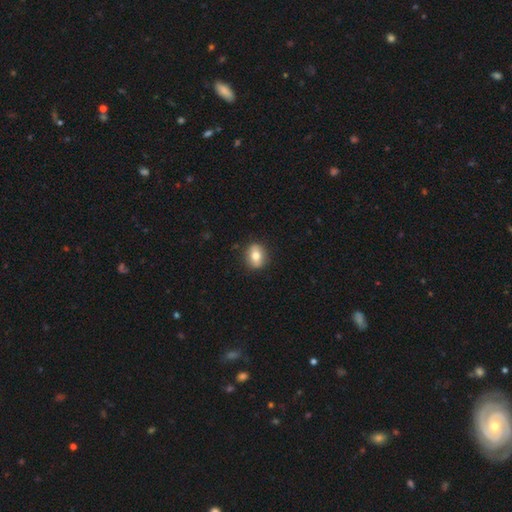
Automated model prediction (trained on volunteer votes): A smooth galaxy with no disk features (68%) that is in between round and cigar-shaped (50%).

Vote fractions:
- Smooth or featured? smooth: 68% / featured or disk: 24% / star or artifact: 8%
- How rounded? in between: 50% / round: 48% / cigar-shaped: 2%
- Merging? none: 87% / minor disturbance: 9% / major disturbance: 2% / merger: 1%